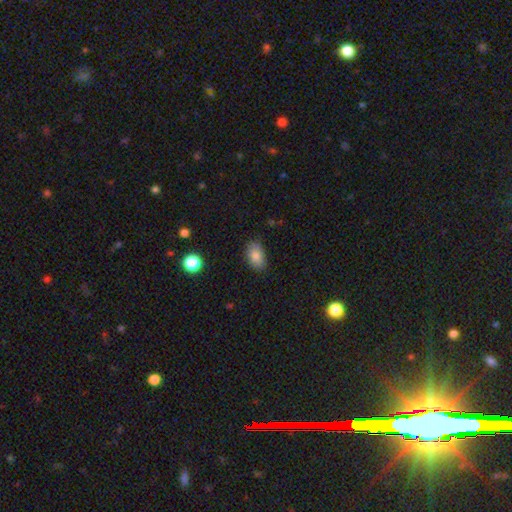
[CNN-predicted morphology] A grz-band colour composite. It shows a smooth galaxy with no disk features (82%) that is in between round and cigar-shaped (89%). Merging: none (82%).